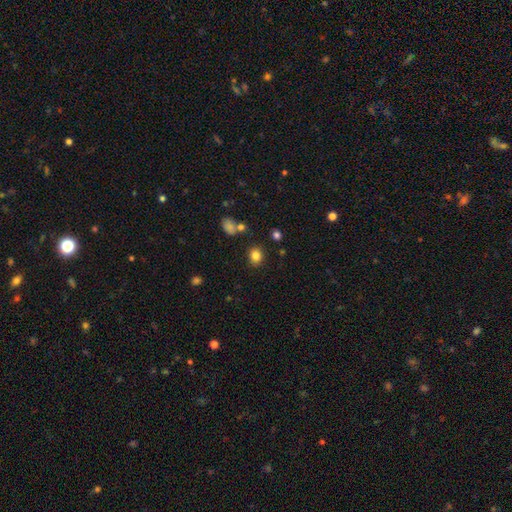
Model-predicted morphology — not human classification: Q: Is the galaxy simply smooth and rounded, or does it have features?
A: smooth — 82%.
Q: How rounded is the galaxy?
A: round — 60%.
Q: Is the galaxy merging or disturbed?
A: none — 84%.